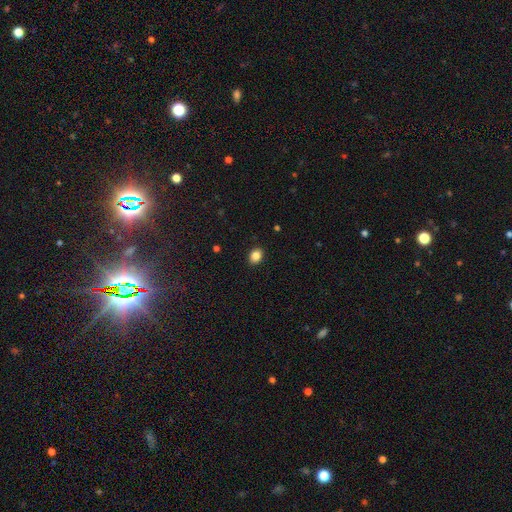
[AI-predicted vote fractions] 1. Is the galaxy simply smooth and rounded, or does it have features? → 85% smooth, 10% star or artifact, 5% featured or disk.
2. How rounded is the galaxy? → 58% in between, 41% round, 1% cigar-shaped.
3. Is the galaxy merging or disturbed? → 90% none, 7% minor disturbance, 2% major disturbance, 1% merger.